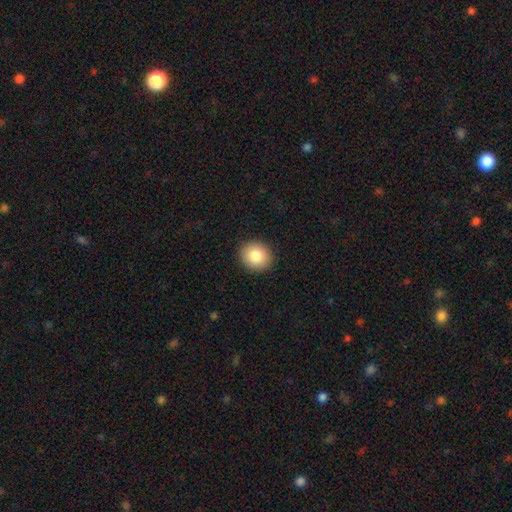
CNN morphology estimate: A smooth galaxy with no disk features (84%) that is round (79%).

Vote fractions:
- Smooth or featured? smooth: 84% / star or artifact: 9% / featured or disk: 8%
- How rounded? round: 79% / in between: 20% / cigar-shaped: 1%
- Merging? none: 92% / minor disturbance: 6% / major disturbance: 2% / merger: 1%